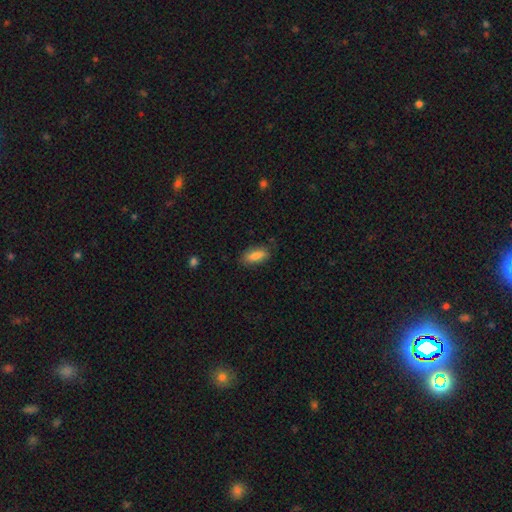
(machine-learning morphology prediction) This appears to be a smooth galaxy with no disk features (85%) that is in between round and cigar-shaped (81%). Merging: none (80%).